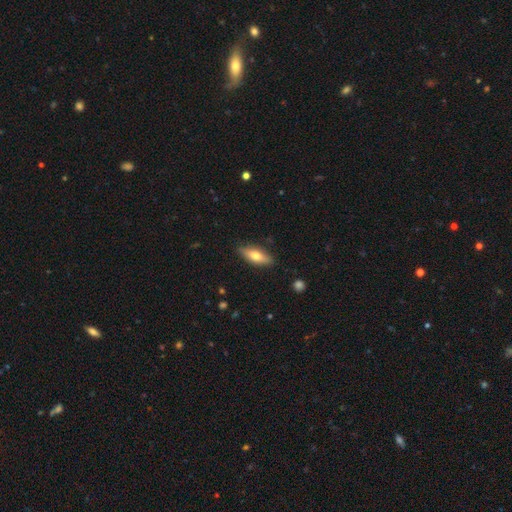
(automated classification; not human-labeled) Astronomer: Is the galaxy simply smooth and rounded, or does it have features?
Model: smooth — 58% (runner-up: featured or disk, 36%).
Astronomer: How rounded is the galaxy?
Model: in between — 58% (runner-up: cigar-shaped, 40%).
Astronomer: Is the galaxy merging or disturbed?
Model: none — 87%.